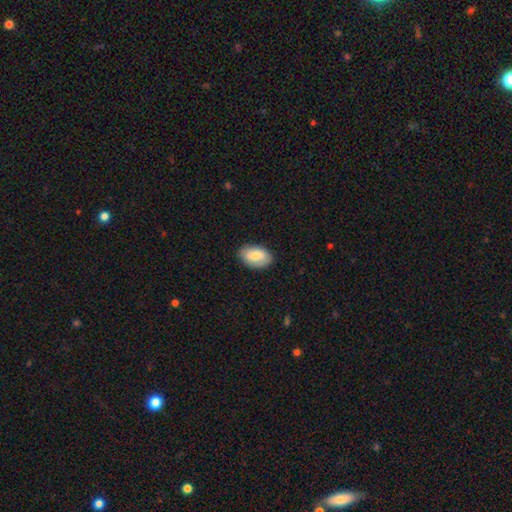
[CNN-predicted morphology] Smooth or featured: smooth — 81% (featured or disk — 13%)
How rounded: in between — 93% (round — 6%)
Merging: none — 84% (minor disturbance — 12%)